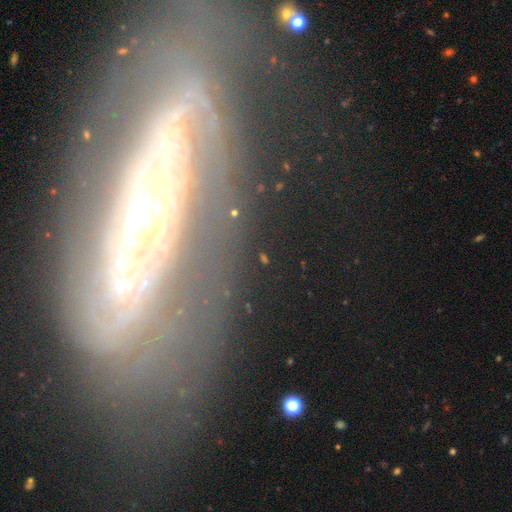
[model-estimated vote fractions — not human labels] Smooth or featured: featured or disk — 82% (smooth — 10%)
Edge-on disk: no — 79% (yes — 21%)
Bar: no — 58% (weak — 22%)
Spiral arms: yes — 72% (no — 28%)
Bulge size: moderate — 55% (small — 31%)
Merging: none — 61% (minor disturbance — 19%)